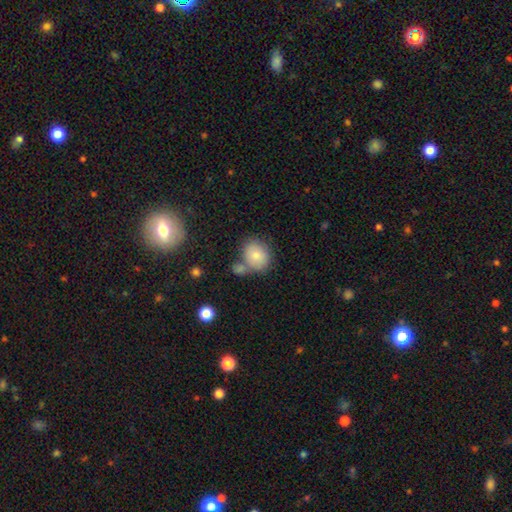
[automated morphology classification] The model was most divided on "how rounded": round: 62%, in between: 37%, cigar-shaped: 1%. More confident: smooth or featured — smooth (80%); merging — none (54%).